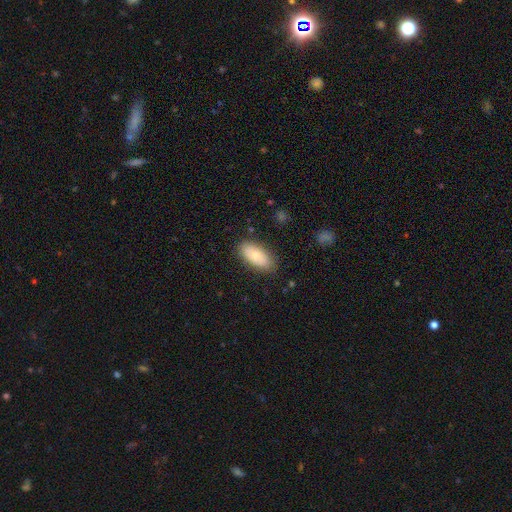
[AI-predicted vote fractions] Smooth or featured? Predicted: smooth (p=0.74). How rounded? Predicted: in between (p=0.90). Merging? Predicted: none (p=0.84).